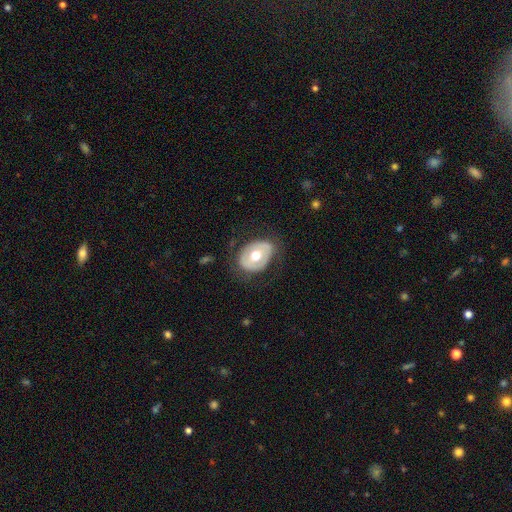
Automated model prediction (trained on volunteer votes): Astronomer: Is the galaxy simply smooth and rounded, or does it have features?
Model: smooth — 47%, tied with featured or disk at 47%.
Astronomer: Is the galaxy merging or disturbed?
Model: none — 71%.